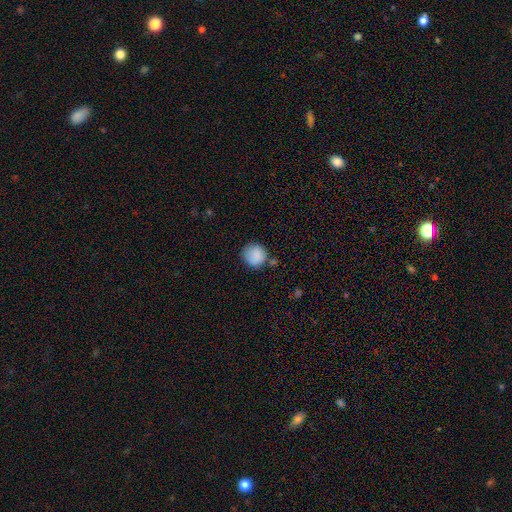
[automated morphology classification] smooth 86%, star or artifact 8%, featured or disk 6%. Down the decision tree: how rounded — round (89%); merging — none (75%).